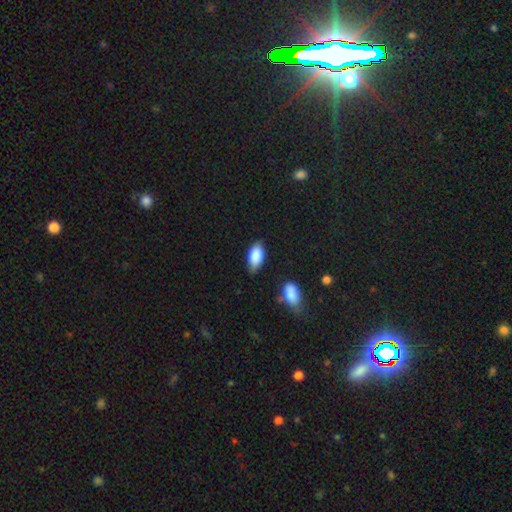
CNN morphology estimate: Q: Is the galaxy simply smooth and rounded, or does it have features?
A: smooth — 87%.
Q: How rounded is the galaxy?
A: in between — 93%.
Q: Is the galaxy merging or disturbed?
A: none — 74%.